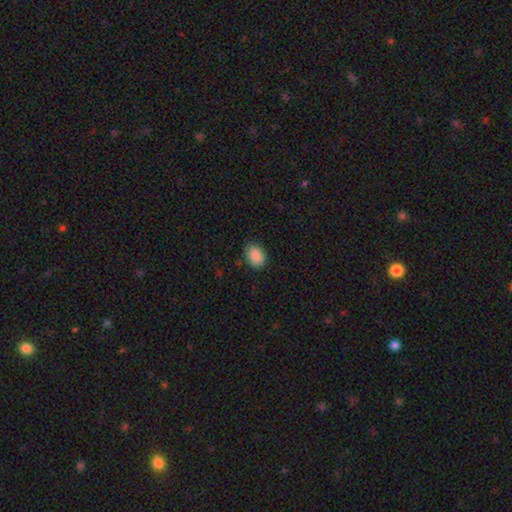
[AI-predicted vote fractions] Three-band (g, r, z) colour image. It shows a smooth galaxy with no disk features (89%) that is in between round and cigar-shaped (70%). Merging: none (85%).